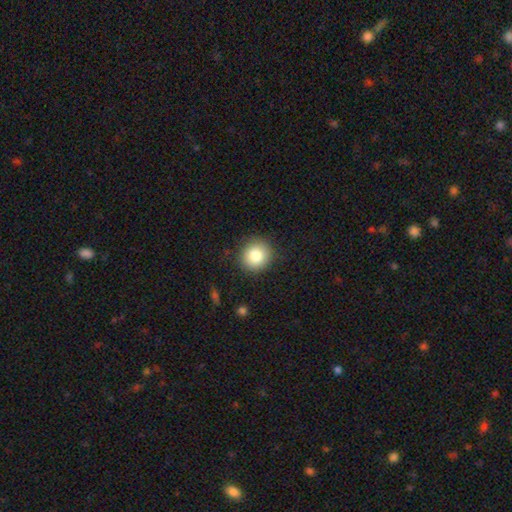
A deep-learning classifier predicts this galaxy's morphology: Smooth or featured?
  - smooth: 81% *
  - star or artifact: 10%
  - featured or disk: 9%
How rounded?
  - round: 91% *
  - in between: 8%
  - cigar-shaped: 1%
Merging?
  - none: 89% *
  - minor disturbance: 7%
  - major disturbance: 2%
  - merger: 1%